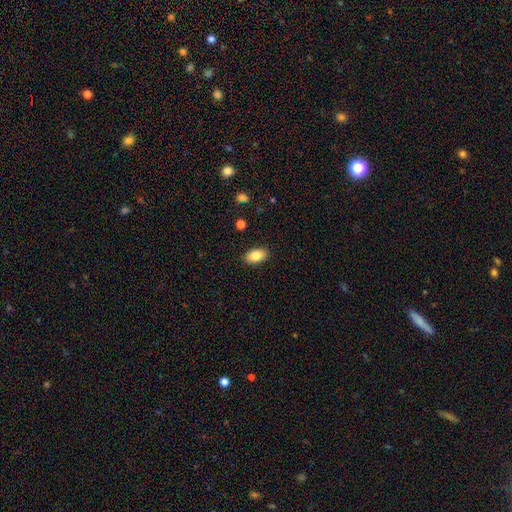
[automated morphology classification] smooth_or_featured: smooth (p=0.83) [alt: featured or disk p=0.10]
how_rounded: in between (p=0.93) [alt: round p=0.05]
merging: none (p=0.89) [alt: minor disturbance p=0.08]